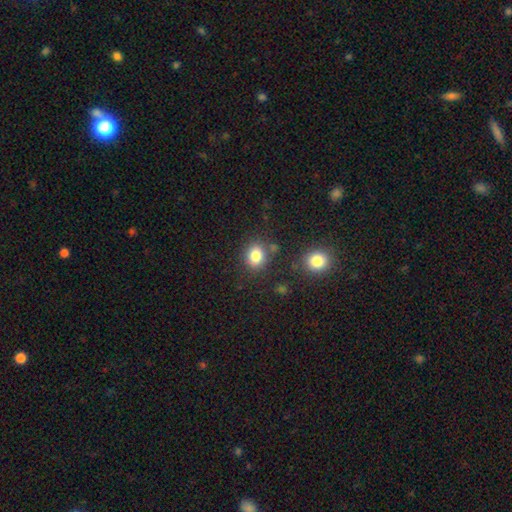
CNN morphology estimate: type=smooth (83%); roundness=round (65%); merging=none (79%).